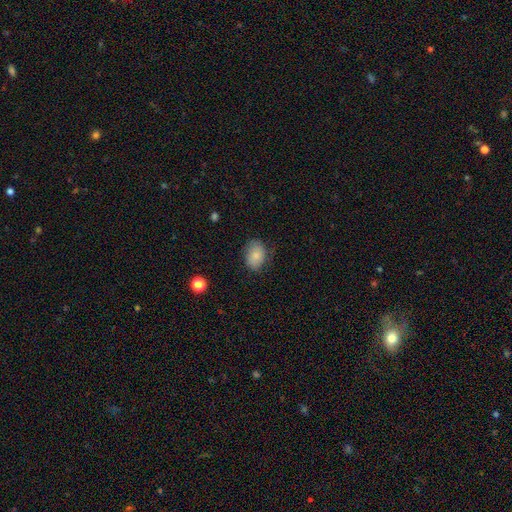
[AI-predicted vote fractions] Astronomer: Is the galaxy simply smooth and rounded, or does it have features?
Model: smooth — 81%.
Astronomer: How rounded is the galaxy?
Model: in between — 74%.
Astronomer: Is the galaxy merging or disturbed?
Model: none — 73%.